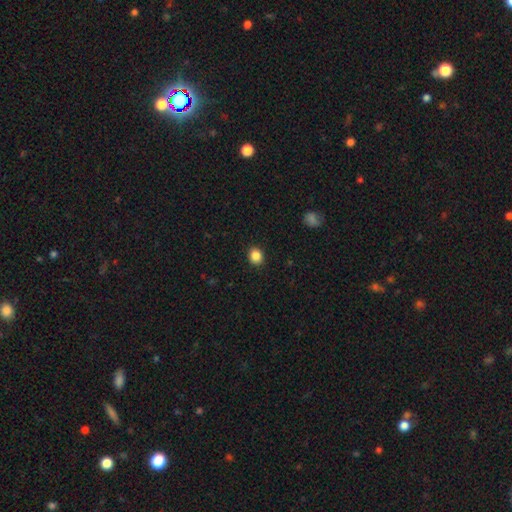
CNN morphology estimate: A smooth galaxy with no disk features (86%) that is round (74%).

Vote fractions:
- Smooth or featured? smooth: 86% / star or artifact: 10% / featured or disk: 3%
- How rounded? round: 74% / in between: 25% / cigar-shaped: 1%
- Merging? none: 91% / minor disturbance: 6% / major disturbance: 2% / merger: 1%